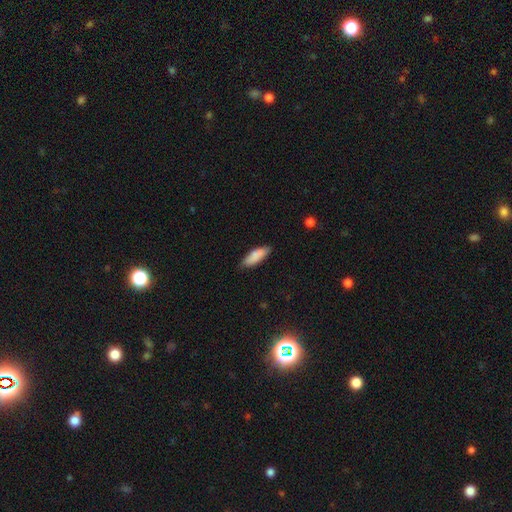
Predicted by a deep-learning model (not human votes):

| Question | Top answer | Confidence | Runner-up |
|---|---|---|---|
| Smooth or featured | smooth | 84% | featured or disk (10%) |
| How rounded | in between | 57% | cigar-shaped (41%) |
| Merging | none | 81% | minor disturbance (15%) |